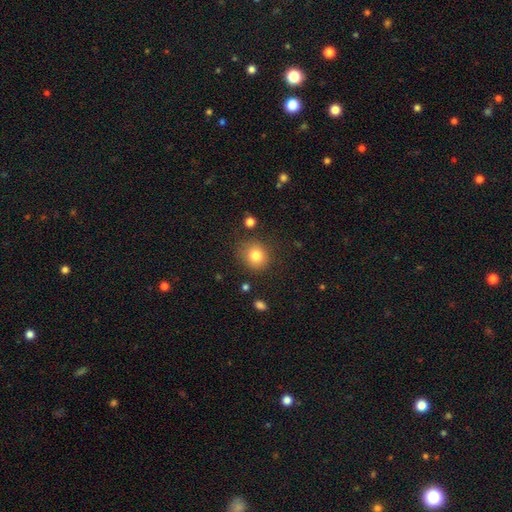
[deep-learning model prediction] Q: Smooth or featured?
A: smooth (81%); runner-up: star or artifact (11%)
Q: How rounded?
A: round (82%); runner-up: in between (17%)
Q: Merging?
A: none (82%); runner-up: minor disturbance (12%)